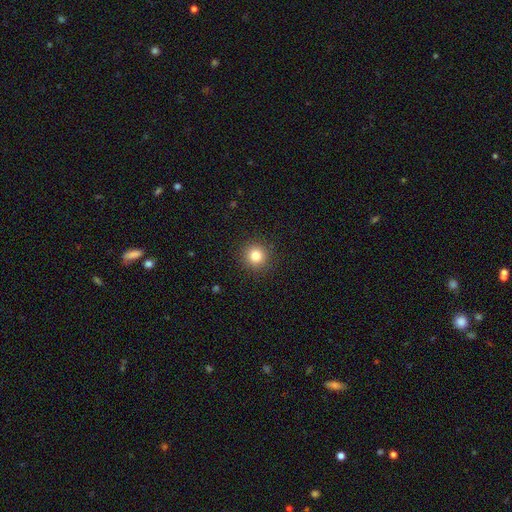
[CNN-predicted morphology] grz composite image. It shows a smooth galaxy with no disk features (82%) that is round (94%). Merging: none (91%).